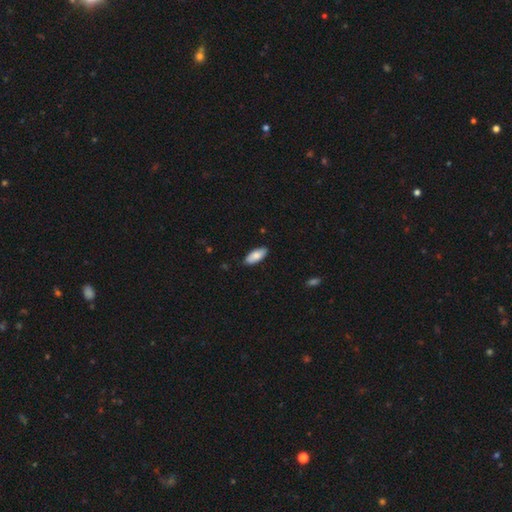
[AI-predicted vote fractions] smooth 83%, featured or disk 12%, star or artifact 6%. Down the decision tree: how rounded — in between (85%); merging — none (87%).